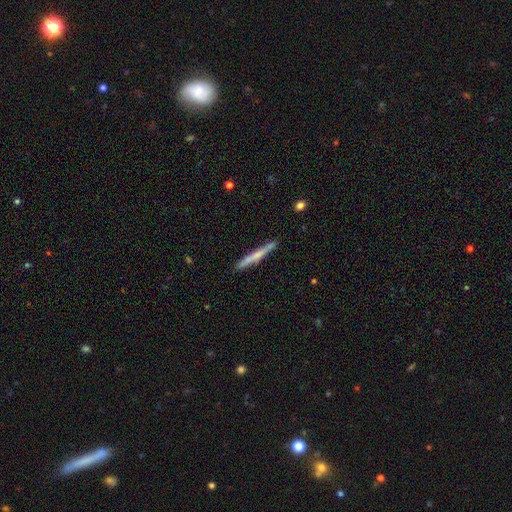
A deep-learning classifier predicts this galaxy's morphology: This appears to be a smooth galaxy with no disk features (51%) that is cigar-shaped (96%). Merging: none (87%).